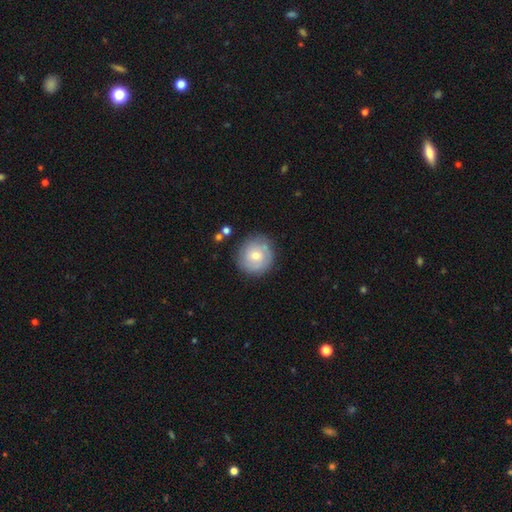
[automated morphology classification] Smooth or featured: featured or disk — 50% (smooth — 43%)
Merging: none — 81% (minor disturbance — 13%)